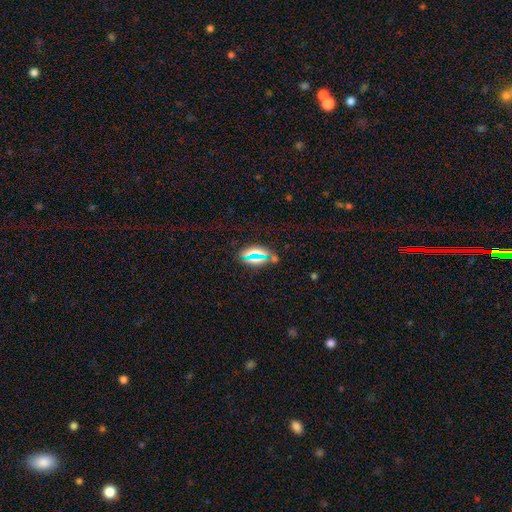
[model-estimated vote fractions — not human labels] The model was most divided on "smooth or featured": smooth: 56%, star or artifact: 30%, featured or disk: 14%. More confident: how rounded — in between (72%); merging — none (69%).